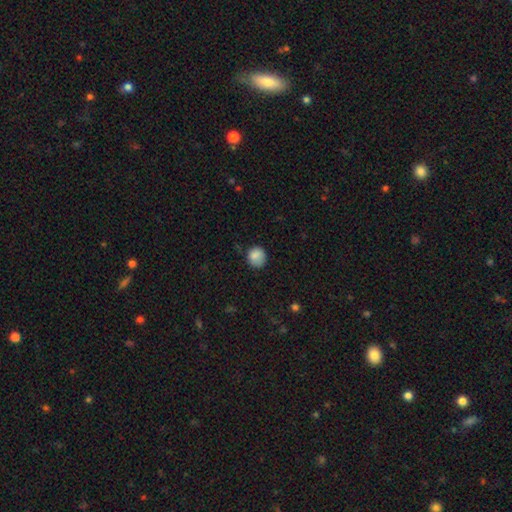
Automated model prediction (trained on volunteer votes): This is clearly a smooth galaxy (85%). How rounded: clearly round (84%). Merging: likely none (71%).